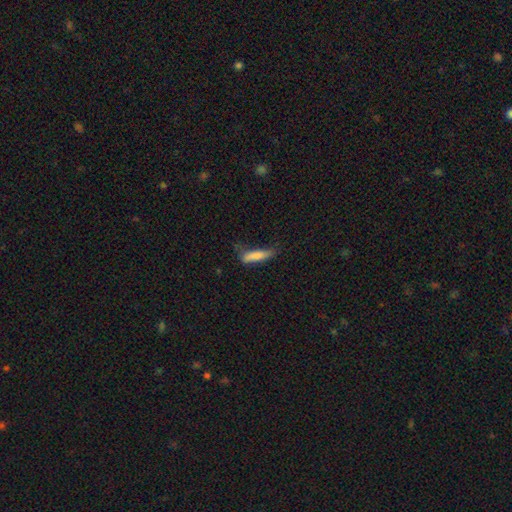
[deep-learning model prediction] Morphology: type=smooth (78%); roundness=cigar-shaped (75%); merging=none (54%).